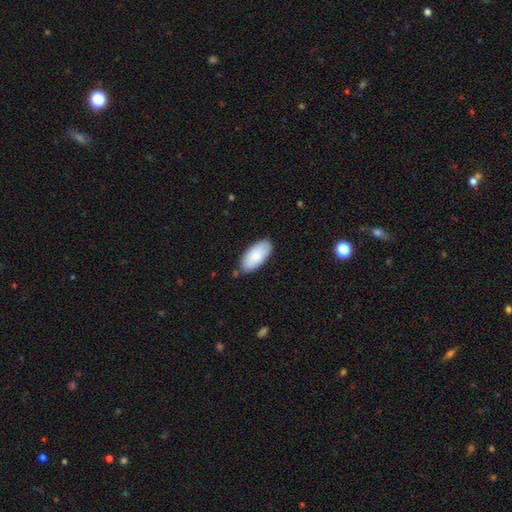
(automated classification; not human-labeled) This is clearly a smooth galaxy (85%). How rounded: clearly in between (93%). Merging: clearly none (82%).